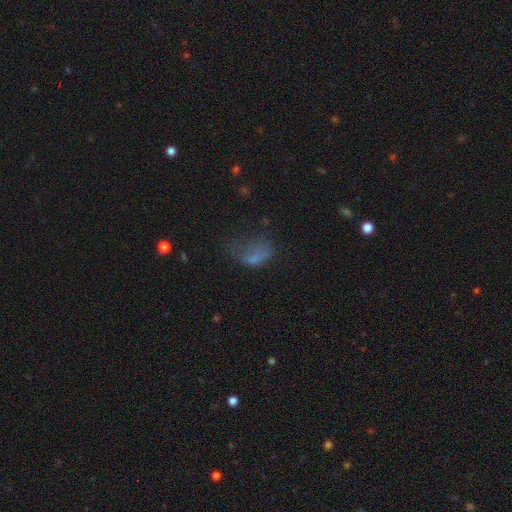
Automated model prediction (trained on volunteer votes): A smooth galaxy with no disk features (59%) that is in between round and cigar-shaped (84%). Merging: major disturbance (45%).